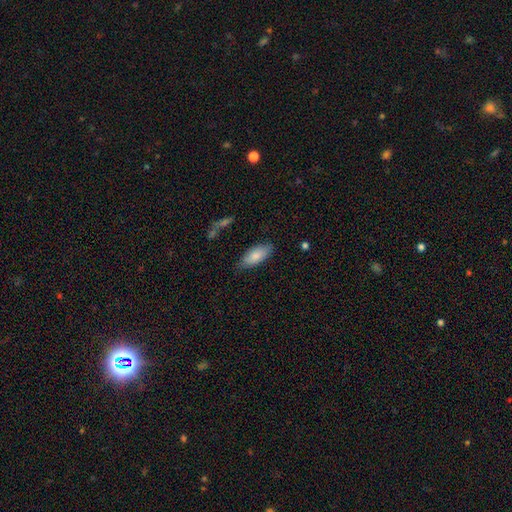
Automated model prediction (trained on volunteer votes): This appears to be a smooth galaxy with no disk features (82%) that is in between round and cigar-shaped (84%). Merging: none (77%).